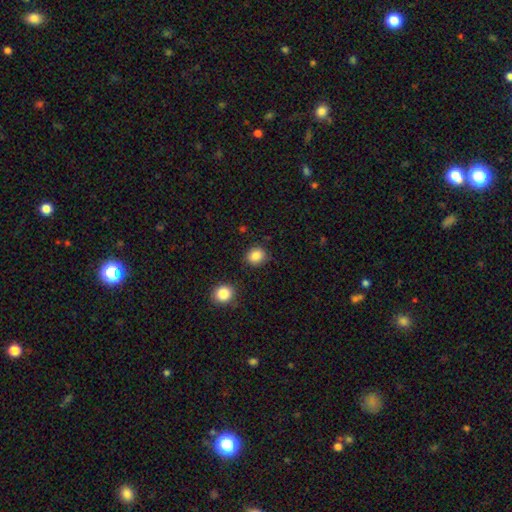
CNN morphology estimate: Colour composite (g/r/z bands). It shows a smooth galaxy with no disk features (86%) that is round (76%). Merging: none (83%).